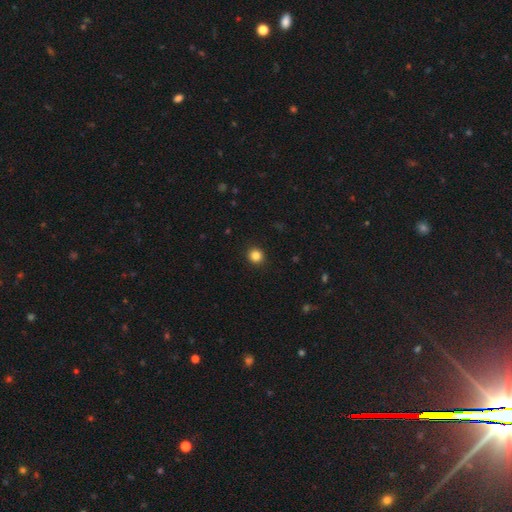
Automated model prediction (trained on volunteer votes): Smooth or featured?
  - smooth: 84% *
  - star or artifact: 12%
  - featured or disk: 4%
How rounded?
  - round: 92% *
  - in between: 7%
  - cigar-shaped: 1%
Merging?
  - none: 93% *
  - minor disturbance: 5%
  - major disturbance: 2%
  - merger: 1%